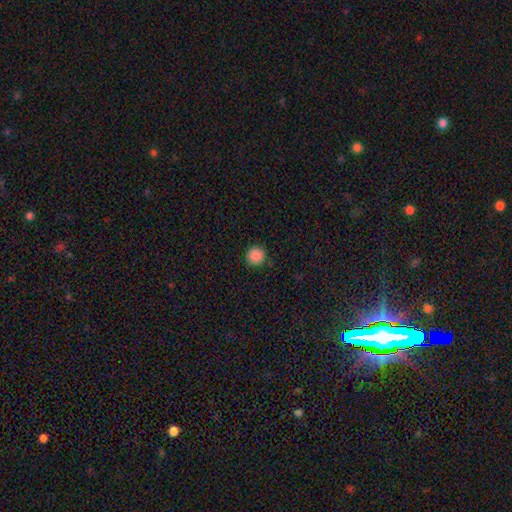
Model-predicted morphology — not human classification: A smooth galaxy with no disk features (87%) that is round (94%). Merging: none (89%).